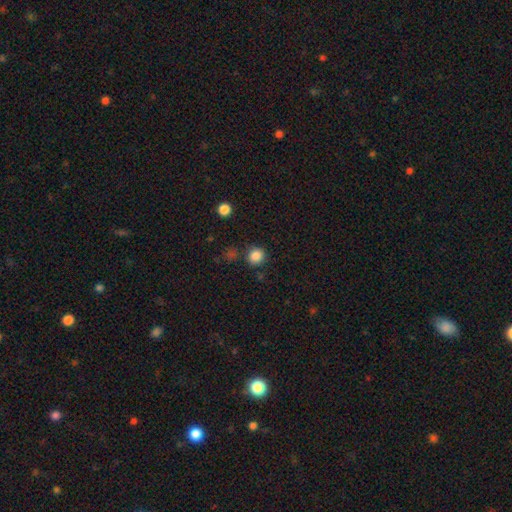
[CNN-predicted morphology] Smooth or featured? Predicted: smooth (p=0.85). How rounded? Predicted: round (p=0.87). Merging? Predicted: none (p=0.82).